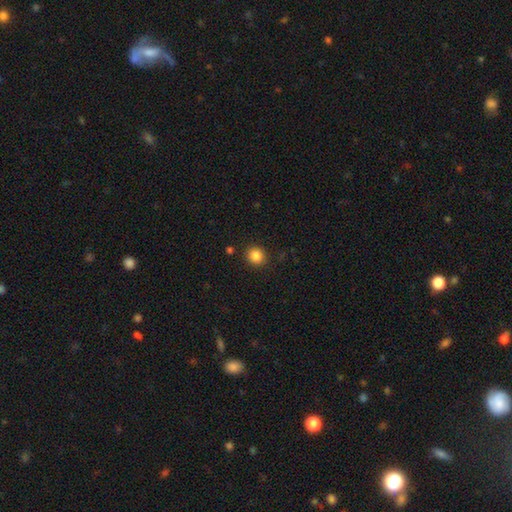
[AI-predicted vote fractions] Smooth or featured? smooth (86%)
How rounded? round (89%)
Merging? none (90%)